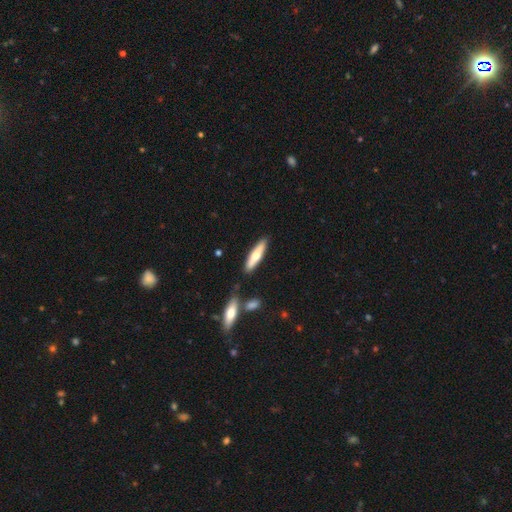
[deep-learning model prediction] Overall: smooth (57%; featured or disk 38%). How rounded: cigar-shaped (78%). Merging: none (84%).